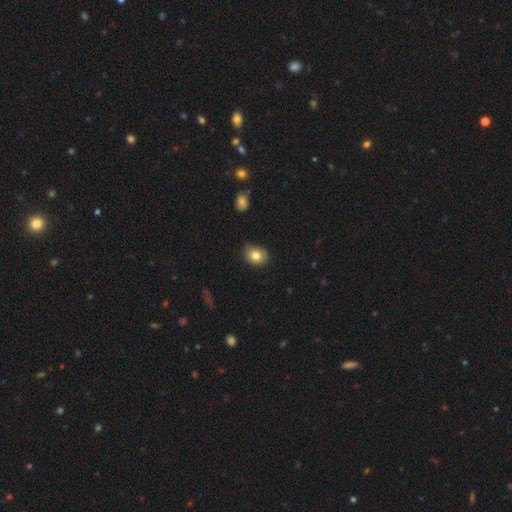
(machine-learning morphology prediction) The model was most divided on "how rounded": round: 54%, in between: 45%, cigar-shaped: 1%. More confident: smooth or featured — smooth (80%); merging — none (75%).